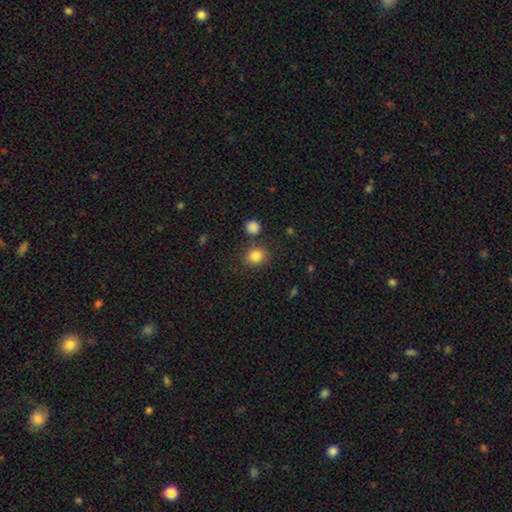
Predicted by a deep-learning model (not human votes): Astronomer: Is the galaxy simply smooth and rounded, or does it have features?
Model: smooth — 84%.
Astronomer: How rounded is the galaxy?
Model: round — 80%.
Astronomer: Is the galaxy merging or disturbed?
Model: none — 81%.